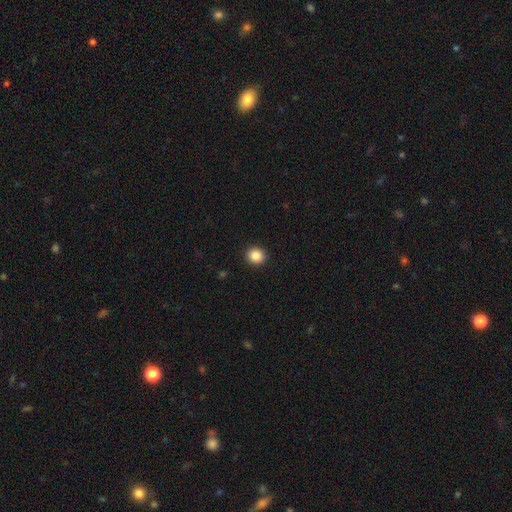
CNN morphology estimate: The model was most divided on "how rounded": round: 85%, in between: 14%, cigar-shaped: 1%. More confident: merging — none (93%); smooth or featured — smooth (87%).